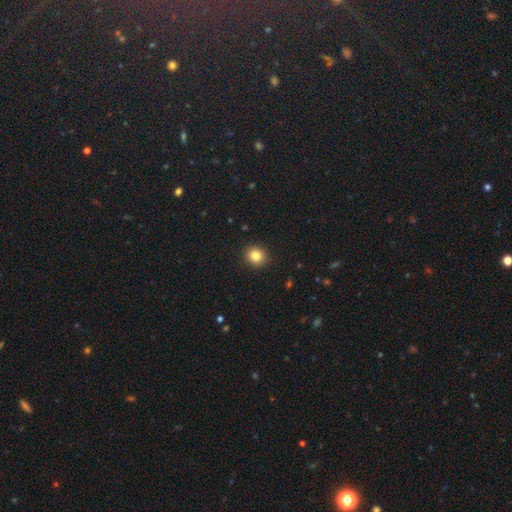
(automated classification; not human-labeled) Smooth or featured? smooth (84%)
How rounded? round (78%)
Merging? none (91%)